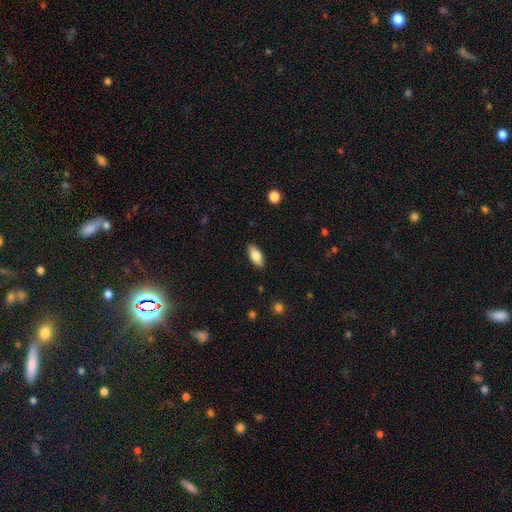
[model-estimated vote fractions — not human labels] Q: Smooth or featured?
A: smooth (83%); runner-up: featured or disk (10%)
Q: How rounded?
A: in between (87%); runner-up: cigar-shaped (10%)
Q: Merging?
A: none (88%); runner-up: minor disturbance (9%)